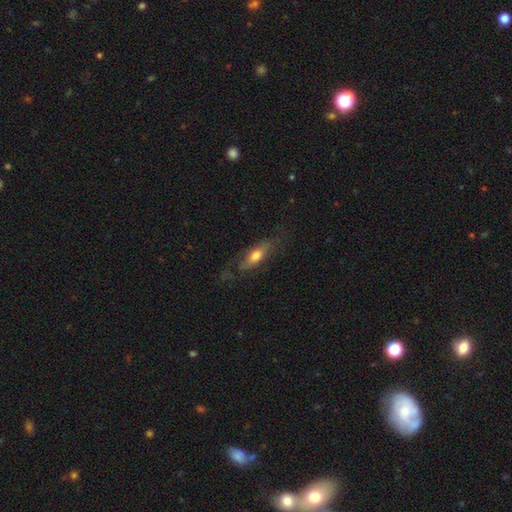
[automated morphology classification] Smooth or featured? Predicted: smooth (p=0.56). How rounded? Predicted: in between (p=0.61). Merging? Predicted: none (p=0.63).